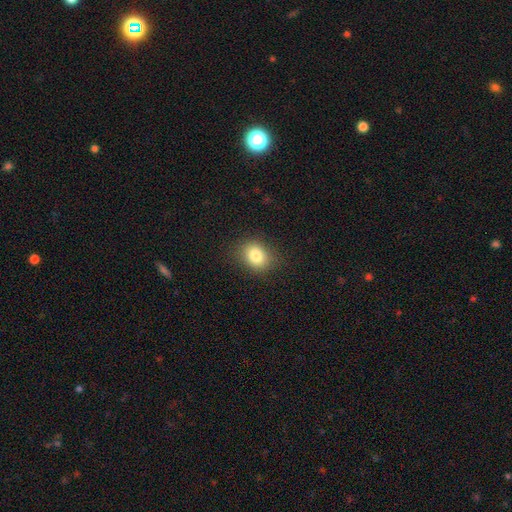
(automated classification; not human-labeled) smooth-or-featured: smooth: 82% | star or artifact: 10% | featured or disk: 7%
  how-rounded: in between: 52% | round: 47% | cigar-shaped: 1%
  merging: none: 85% | minor disturbance: 11% | major disturbance: 3% | merger: 1%